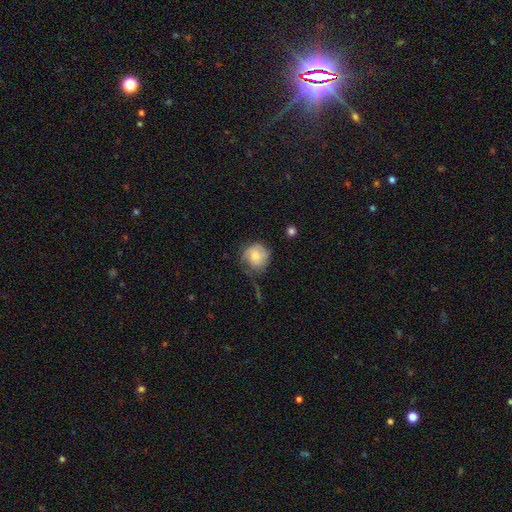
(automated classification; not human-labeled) The model was most divided on "merging": none: 50%, minor disturbance: 29%, major disturbance: 18%, merger: 3%. More confident: how rounded — round (83%); smooth or featured — smooth (62%).